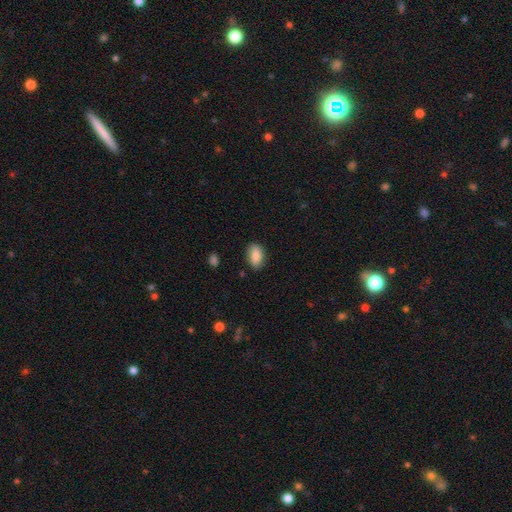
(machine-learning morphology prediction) Smooth or featured? Predicted: smooth (p=0.87). How rounded? Predicted: in between (p=0.89). Merging? Predicted: none (p=0.81).